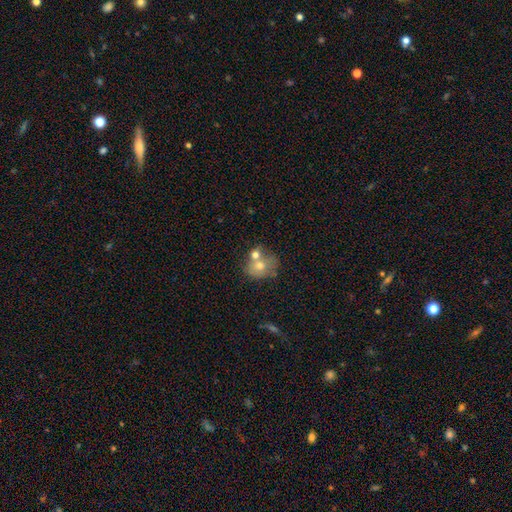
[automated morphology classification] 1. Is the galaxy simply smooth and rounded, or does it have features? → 65% smooth, 25% featured or disk, 10% star or artifact.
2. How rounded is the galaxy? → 60% round, 39% in between, 1% cigar-shaped.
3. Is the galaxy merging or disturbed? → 51% merger, 33% none, 11% minor disturbance, 5% major disturbance.